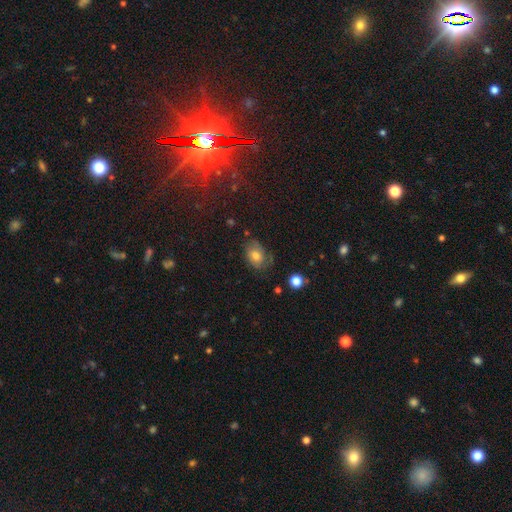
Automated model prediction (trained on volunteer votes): A smooth galaxy with no disk features (63%) that is in between round and cigar-shaped (73%). Merging: none (59%).